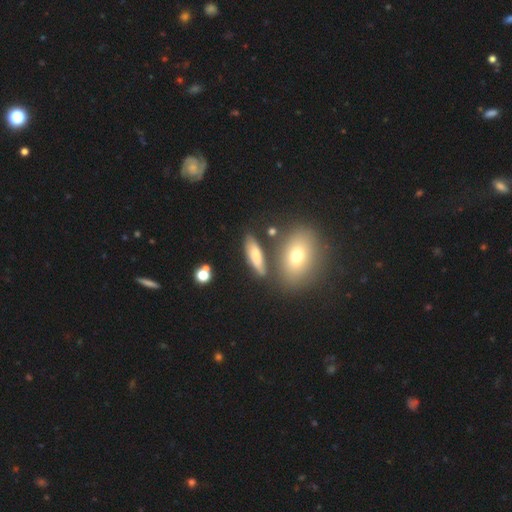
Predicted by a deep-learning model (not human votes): Q: Smooth or featured?
A: smooth (71%); runner-up: featured or disk (21%)
Q: How rounded?
A: in between (51%); runner-up: cigar-shaped (44%)
Q: Merging?
A: none (70%); runner-up: minor disturbance (15%)